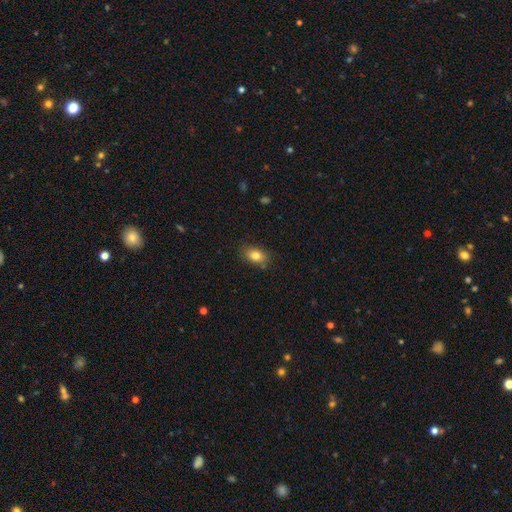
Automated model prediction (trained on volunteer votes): smooth_or_featured: smooth (p=0.81) [alt: featured or disk p=0.10]
how_rounded: in between (p=0.80) [alt: round p=0.18]
merging: none (p=0.84) [alt: minor disturbance p=0.12]